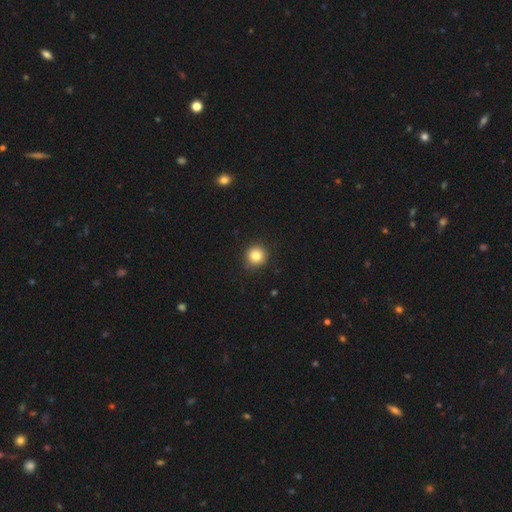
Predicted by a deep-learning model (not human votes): This appears to be a smooth galaxy with no disk features (83%) that is round (93%). Merging: none (89%).